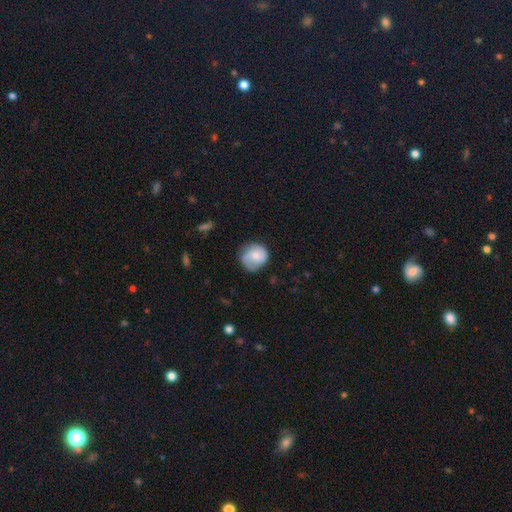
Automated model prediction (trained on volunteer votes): Morphology: type=smooth (54%); roundness=round (85%); merging=none (67%).